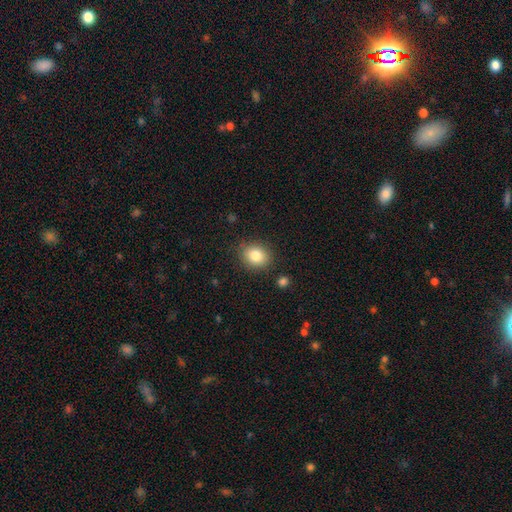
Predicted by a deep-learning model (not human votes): Smooth or featured? Predicted: smooth (p=0.83). How rounded? Predicted: round (p=0.60). Merging? Predicted: none (p=0.84).